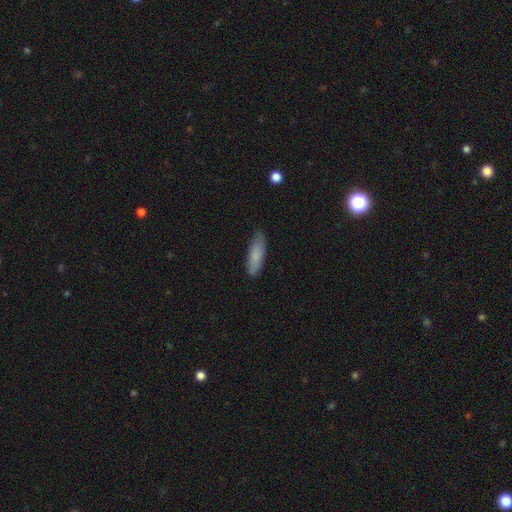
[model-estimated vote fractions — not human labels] smooth 79%, featured or disk 15%, star or artifact 6%. Down the decision tree: how rounded — cigar-shaped (54%); merging — none (81%).